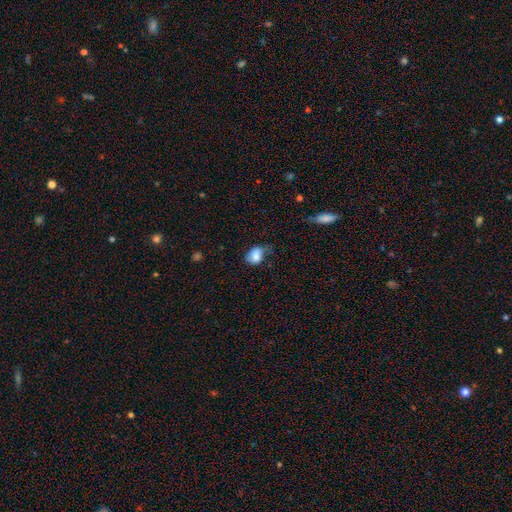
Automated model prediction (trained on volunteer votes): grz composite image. It shows a smooth galaxy with no disk features (78%) that is in between round and cigar-shaped (55%). Merging: none (42%).